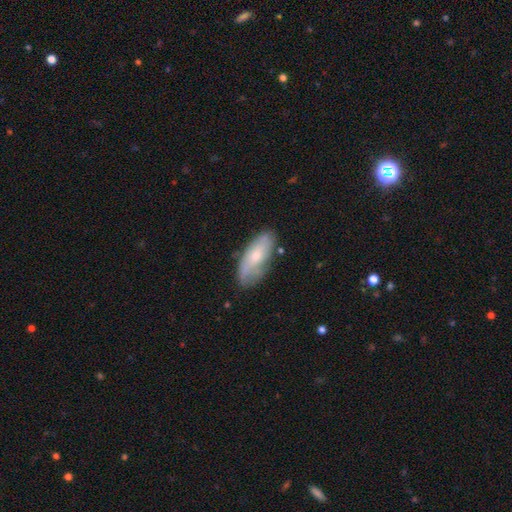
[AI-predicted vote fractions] A smooth galaxy with no disk features (53%) that is in between round and cigar-shaped (81%). Merging: none (66%).